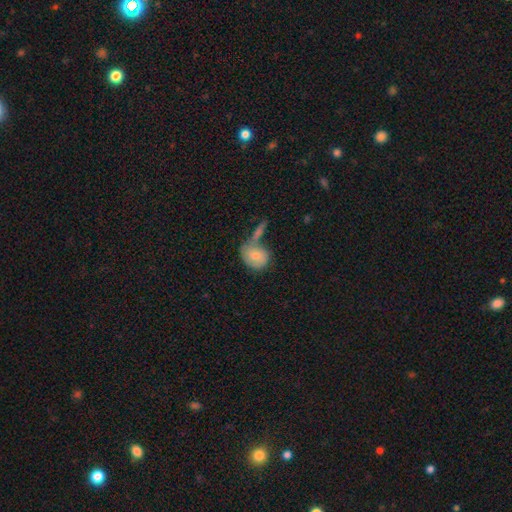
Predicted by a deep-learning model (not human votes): Smooth or featured? smooth (71%)
How rounded? round (57%)
Merging? none (39%)